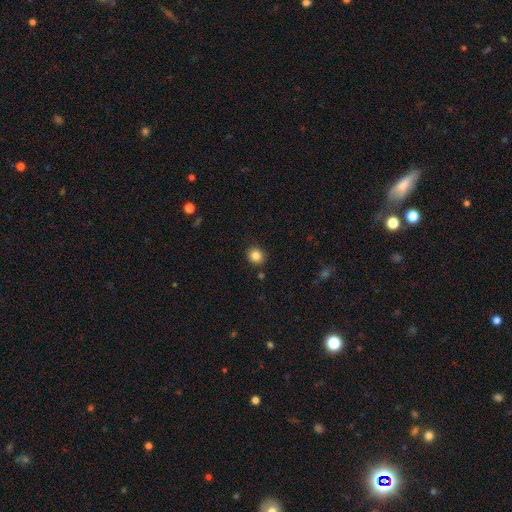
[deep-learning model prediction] The model was most divided on "how rounded": round: 80%, in between: 19%, cigar-shaped: 1%. More confident: merging — none (89%); smooth or featured — smooth (84%).